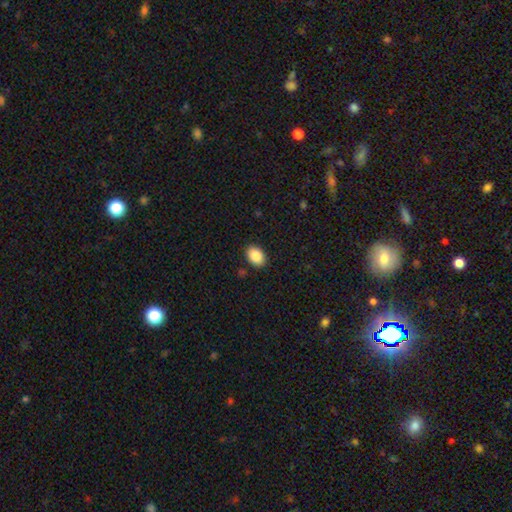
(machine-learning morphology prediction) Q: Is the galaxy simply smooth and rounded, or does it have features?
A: smooth — 88%.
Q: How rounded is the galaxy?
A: in between — 81%.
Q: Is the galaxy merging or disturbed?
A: none — 88%.